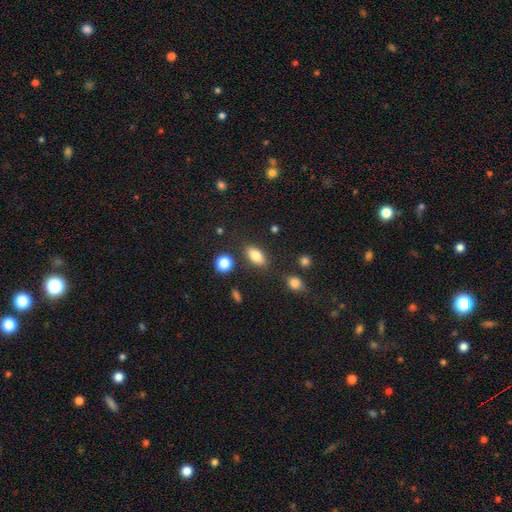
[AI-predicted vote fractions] This is clearly a smooth galaxy (81%). How rounded: clearly in between (86%). Merging: clearly none (82%).